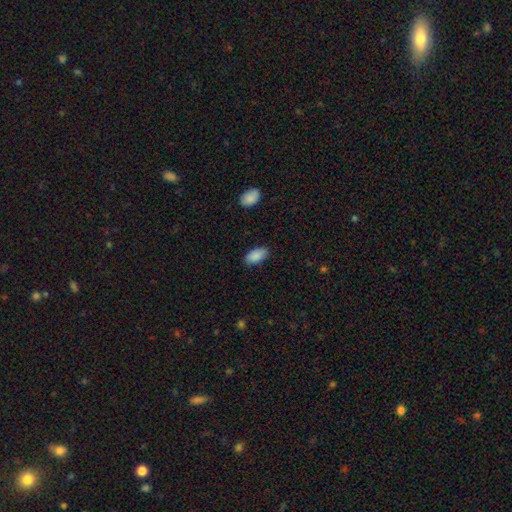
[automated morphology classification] Smooth or featured? Predicted: smooth (p=0.88). How rounded? Predicted: in between (p=0.94). Merging? Predicted: none (p=0.85).